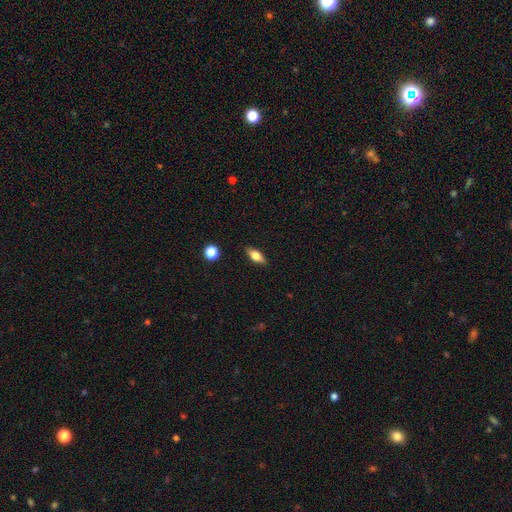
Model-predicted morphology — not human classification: The model was most divided on "smooth or featured": smooth: 65%, featured or disk: 27%, star or artifact: 8%. More confident: merging — none (87%); how rounded — in between (75%).